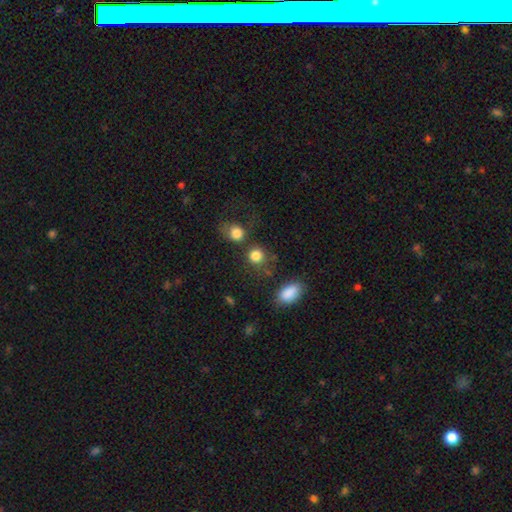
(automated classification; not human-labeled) This is clearly a smooth galaxy (83%). How rounded: clearly round (84%). Merging: likely none (62%).